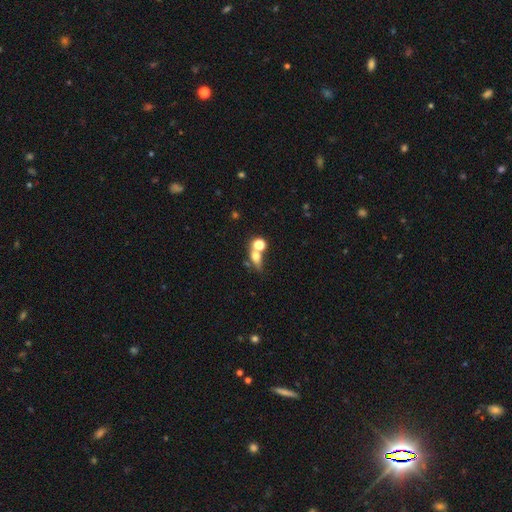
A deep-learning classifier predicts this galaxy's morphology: smooth 65%, featured or disk 18%, star or artifact 16%. Down the decision tree: how rounded — in between (50%); merging — merger (45%).